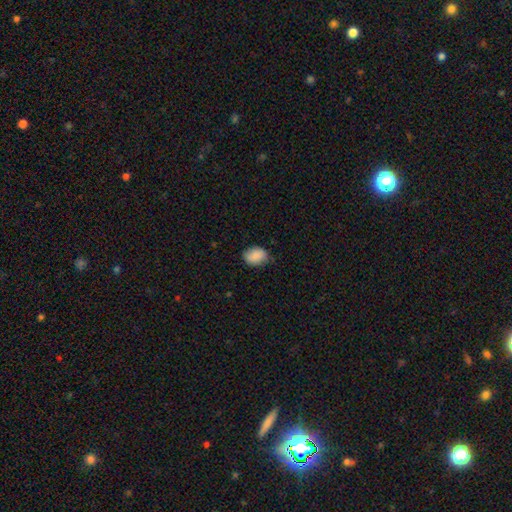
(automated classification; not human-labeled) smooth-or-featured: smooth: 87% | star or artifact: 7% | featured or disk: 6%
  how-rounded: in between: 71% | round: 28% | cigar-shaped: 1%
  merging: none: 76% | minor disturbance: 20% | major disturbance: 3% | merger: 1%